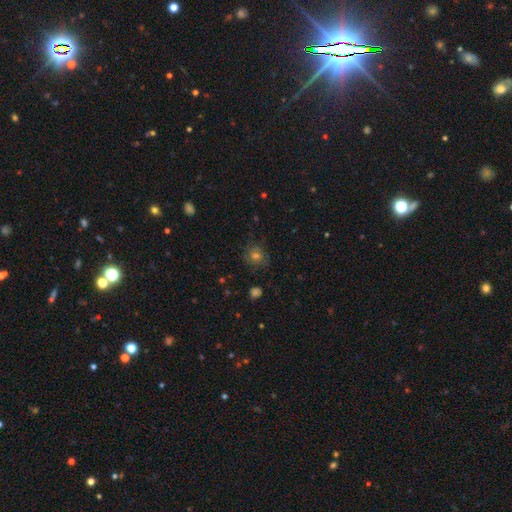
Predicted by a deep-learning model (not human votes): Overall: smooth (53%; star or artifact 27%). How rounded: round (83%). Merging: none (78%).